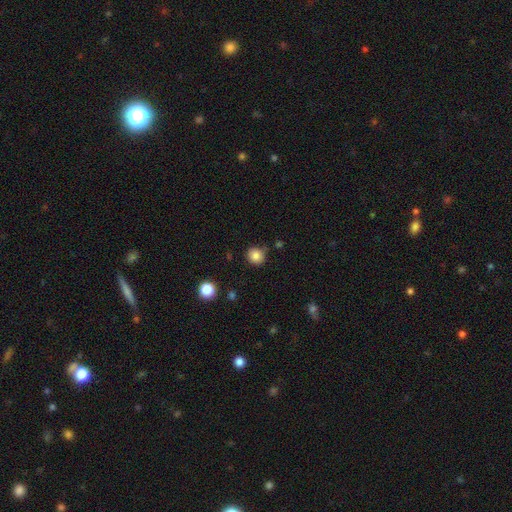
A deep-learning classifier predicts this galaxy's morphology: smooth 84%, star or artifact 11%, featured or disk 5%. Down the decision tree: how rounded — round (89%); merging — none (83%).